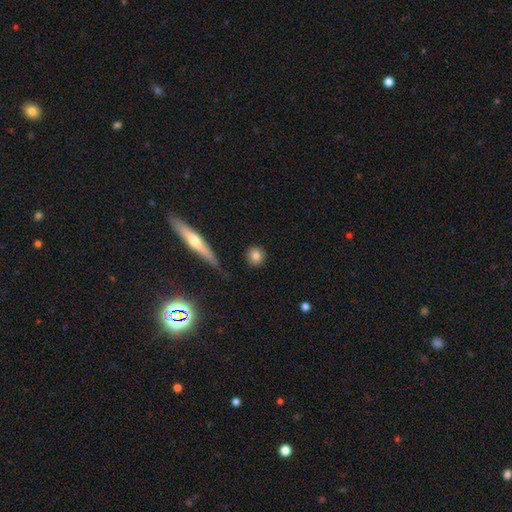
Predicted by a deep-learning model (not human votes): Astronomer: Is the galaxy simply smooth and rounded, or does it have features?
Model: smooth — 82%.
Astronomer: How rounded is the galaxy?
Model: round — 90%.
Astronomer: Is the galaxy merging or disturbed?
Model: none — 88%.